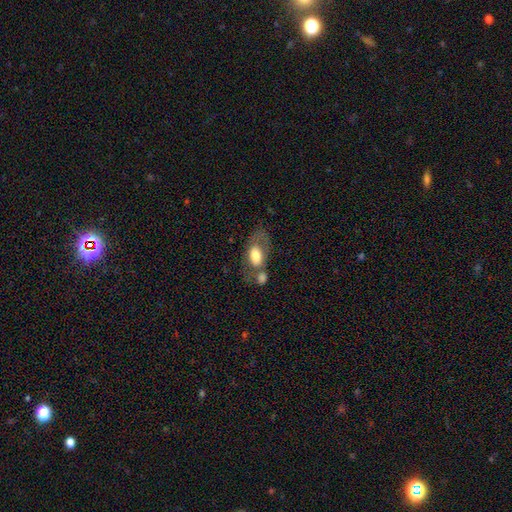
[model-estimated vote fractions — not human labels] smooth 65%, featured or disk 28%, star or artifact 7%. Down the decision tree: how rounded — in between (89%); merging — merger (36%).